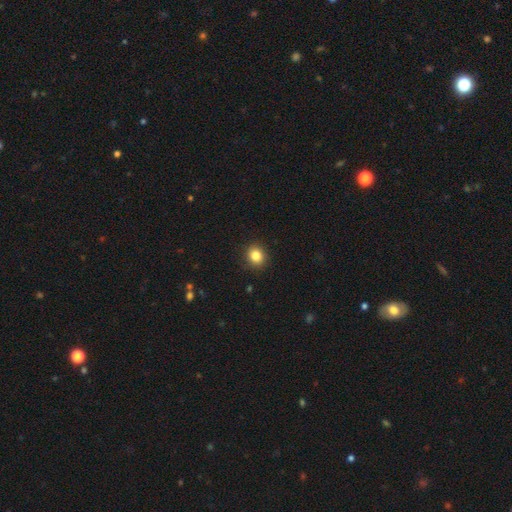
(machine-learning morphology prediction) Overall: smooth (84%). How rounded: round (80%). Merging: none (90%).